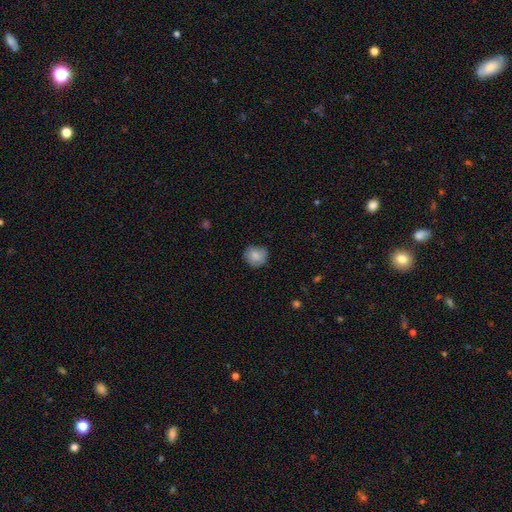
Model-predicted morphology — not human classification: Overall: smooth (83%). How rounded: round (86%). Merging: none (77%).